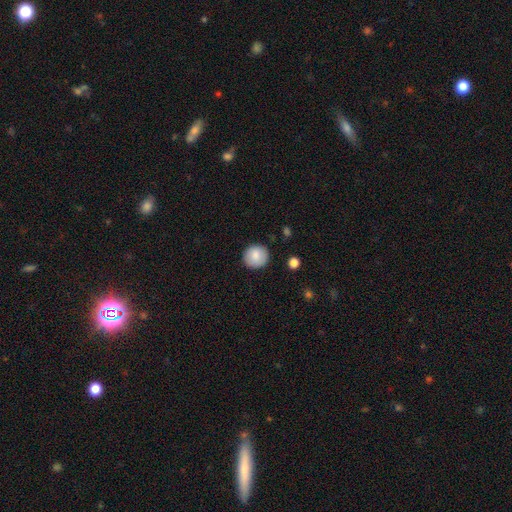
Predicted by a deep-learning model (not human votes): smooth_or_featured: smooth (p=0.84) [alt: featured or disk p=0.08]
how_rounded: round (p=0.91) [alt: in between p=0.08]
merging: none (p=0.89) [alt: minor disturbance p=0.08]